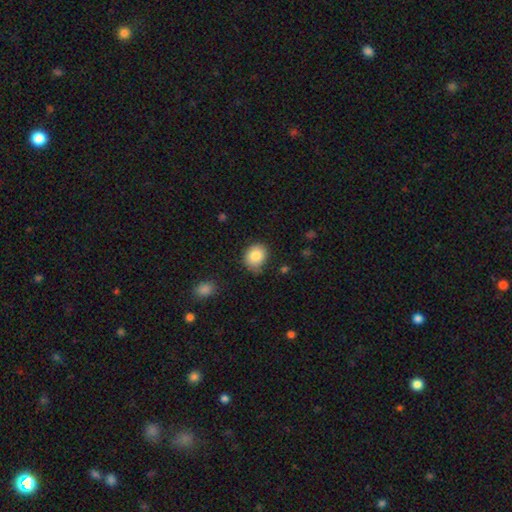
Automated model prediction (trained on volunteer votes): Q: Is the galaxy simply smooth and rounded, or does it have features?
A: smooth — 84%.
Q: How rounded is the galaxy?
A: round — 63%.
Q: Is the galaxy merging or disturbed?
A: none — 70%.